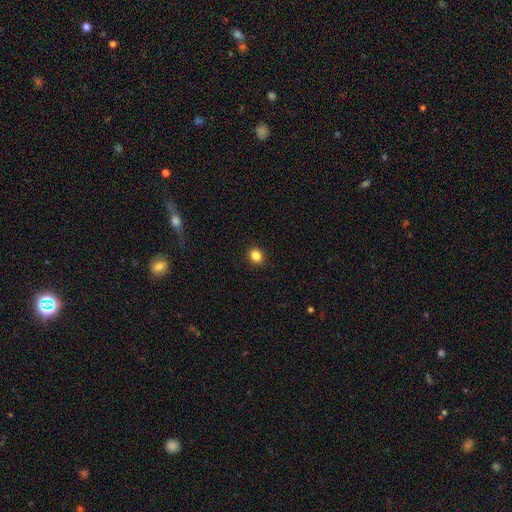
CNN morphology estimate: A smooth galaxy with no disk features (85%) that is round (66%).

Vote fractions:
- Smooth or featured? smooth: 85% / star or artifact: 11% / featured or disk: 4%
- How rounded? round: 66% / in between: 33% / cigar-shaped: 1%
- Merging? none: 92% / minor disturbance: 5% / major disturbance: 2% / merger: 1%